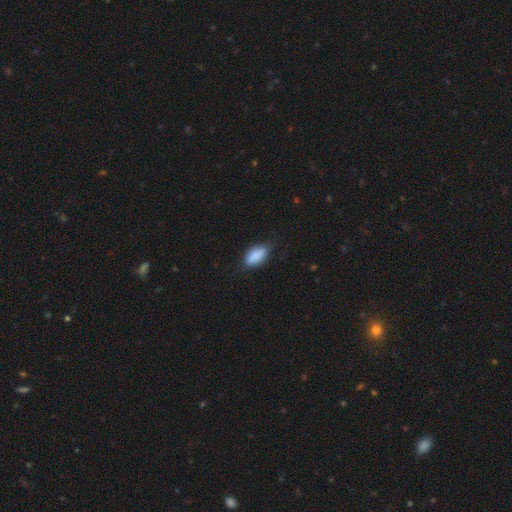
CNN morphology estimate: Overall: smooth (87%). How rounded: in between (88%). Merging: none (70%).